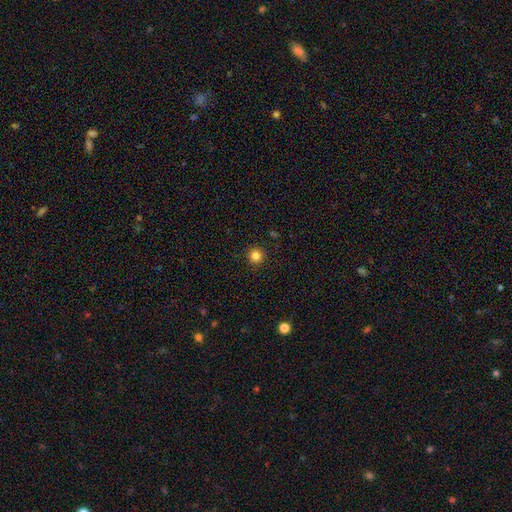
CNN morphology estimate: Smooth or featured? Predicted: smooth (p=0.84). How rounded? Predicted: round (p=0.96). Merging? Predicted: none (p=0.92).